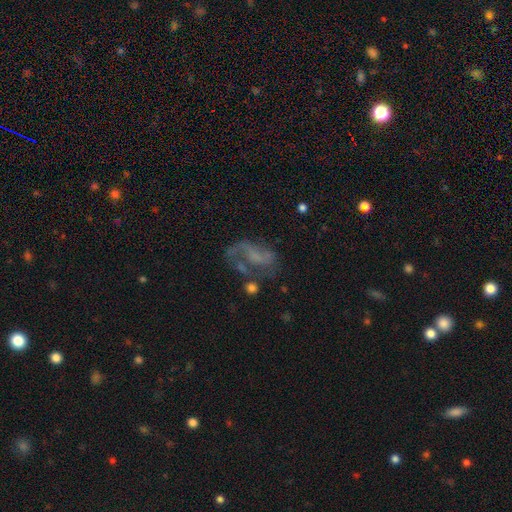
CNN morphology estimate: This is likely a featured or disk galaxy (64%). It is clearly not viewed edge-on (97%). Bar: possibly no (59%). Spiral arm pattern: likely yes (69%). Central bulge: likely none (60%). Merging: marginally none (36%).